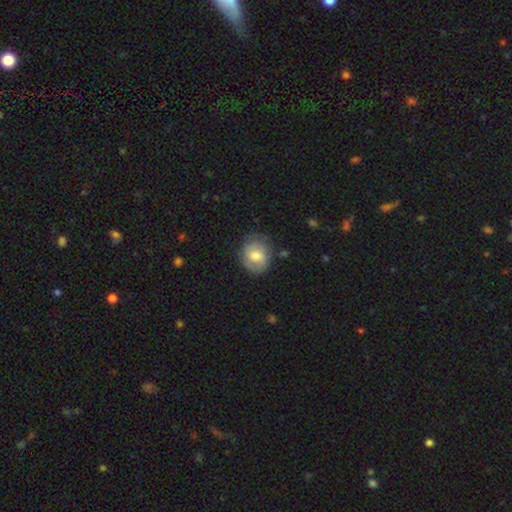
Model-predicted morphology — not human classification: This appears to be a smooth galaxy with no disk features (64%) that is round (70%). Merging: none (73%).